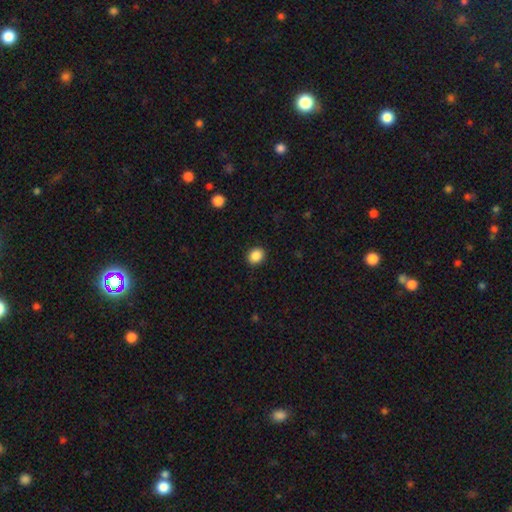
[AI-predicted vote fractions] smooth-or-featured: smooth: 88% | star or artifact: 9% | featured or disk: 3%
  how-rounded: round: 64% | in between: 35% | cigar-shaped: 1%
  merging: none: 91% | minor disturbance: 6% | major disturbance: 2% | merger: 1%